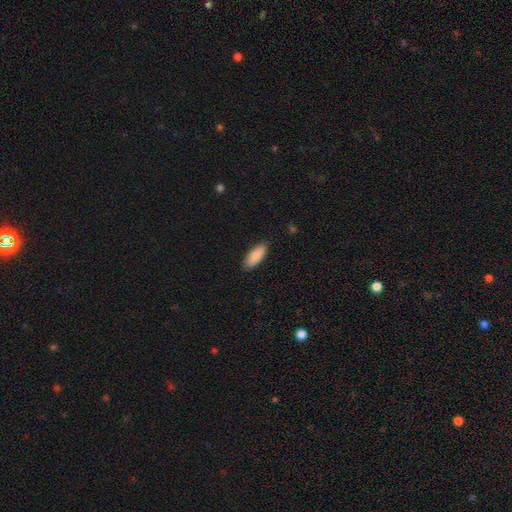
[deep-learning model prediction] smooth 88%, star or artifact 6%, featured or disk 6%. Down the decision tree: how rounded — in between (81%); merging — none (85%).